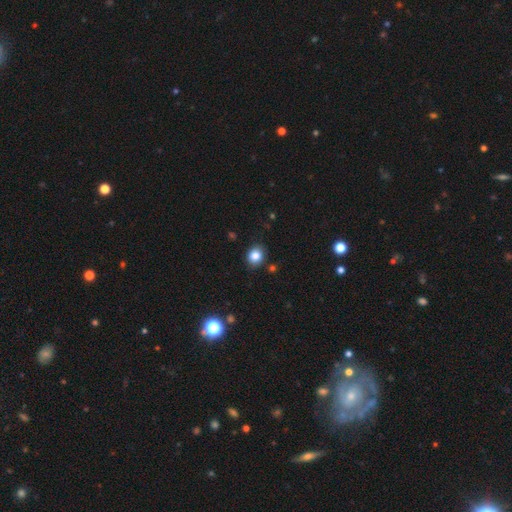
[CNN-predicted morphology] smooth-or-featured: smooth: 83% | star or artifact: 11% | featured or disk: 6%
  how-rounded: round: 65% | in between: 34% | cigar-shaped: 1%
  merging: none: 87% | minor disturbance: 9% | major disturbance: 2% | merger: 2%